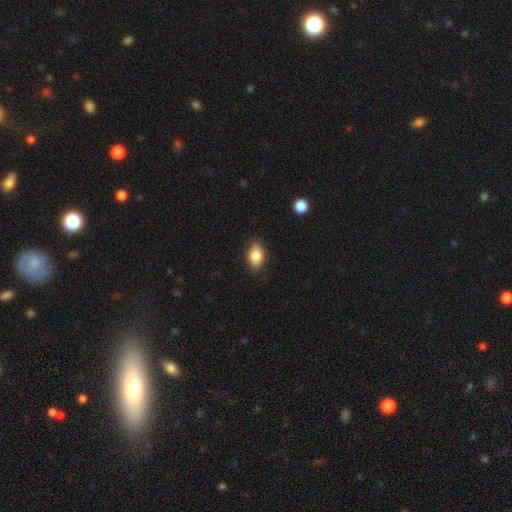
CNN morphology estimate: Q: Smooth or featured?
A: smooth (86%); runner-up: star or artifact (7%)
Q: How rounded?
A: in between (89%); runner-up: round (9%)
Q: Merging?
A: none (85%); runner-up: minor disturbance (11%)